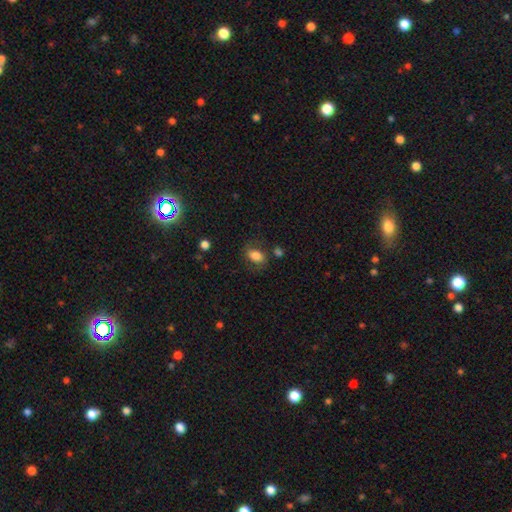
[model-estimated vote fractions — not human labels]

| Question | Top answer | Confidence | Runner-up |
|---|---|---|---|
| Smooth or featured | smooth | 76% | featured or disk (15%) |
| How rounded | in between | 80% | round (18%) |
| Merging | none | 64% | minor disturbance (20%) |